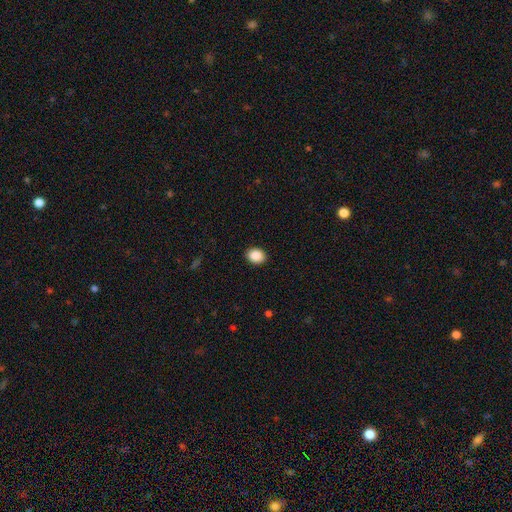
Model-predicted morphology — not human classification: smooth-or-featured: smooth: 90% | star or artifact: 8% | featured or disk: 2%
  how-rounded: in between: 53% | round: 47% | cigar-shaped: 1%
  merging: none: 91% | minor disturbance: 6% | major disturbance: 2% | merger: 1%